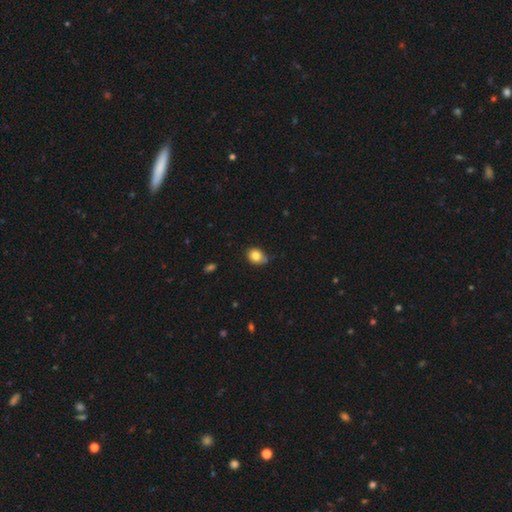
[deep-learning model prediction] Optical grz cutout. It shows a smooth galaxy with no disk features (82%) that is in between round and cigar-shaped (53%). Merging: none (67%).